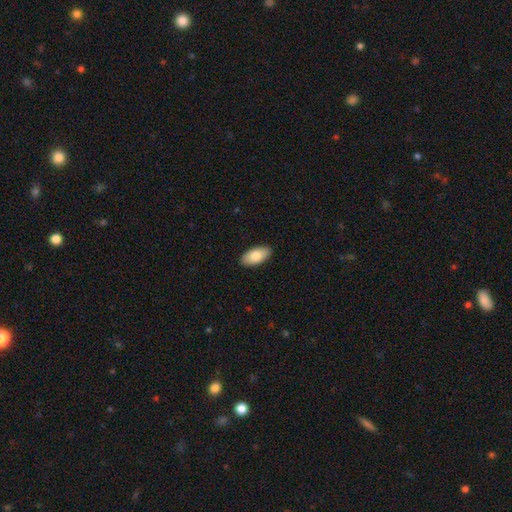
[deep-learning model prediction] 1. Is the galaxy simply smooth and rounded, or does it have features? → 82% smooth, 13% featured or disk, 6% star or artifact.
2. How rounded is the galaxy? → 93% in between, 5% cigar-shaped, 2% round.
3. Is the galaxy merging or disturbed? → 89% none, 8% minor disturbance, 2% major disturbance, 1% merger.